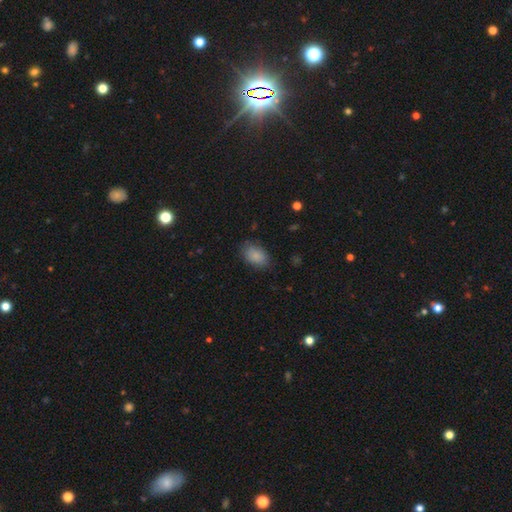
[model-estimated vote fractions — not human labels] Smooth or featured: smooth — 87% (star or artifact — 8%)
How rounded: in between — 87% (round — 12%)
Merging: none — 80% (minor disturbance — 15%)